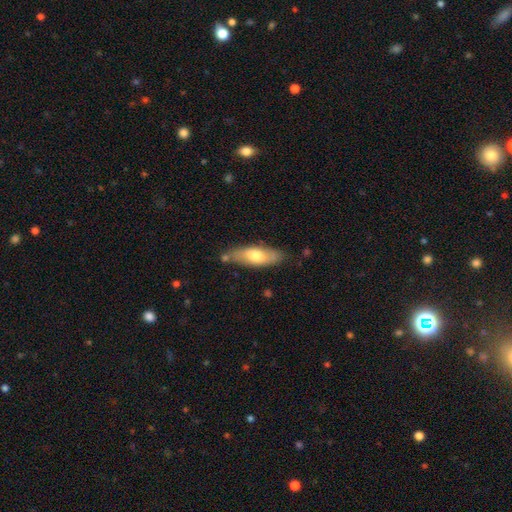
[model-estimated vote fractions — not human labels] smooth_or_featured: smooth (p=0.63) [alt: featured or disk p=0.31]
how_rounded: in between (p=0.59) [alt: cigar-shaped p=0.38]
merging: none (p=0.74) [alt: minor disturbance p=0.17]